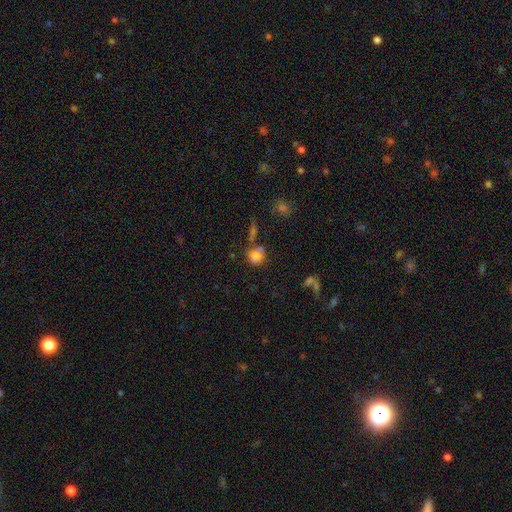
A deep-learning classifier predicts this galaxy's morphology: smooth_or_featured: smooth (p=0.76) [alt: star or artifact p=0.13]
how_rounded: round (p=0.75) [alt: in between p=0.23]
merging: none (p=0.51) [alt: merger p=0.26]